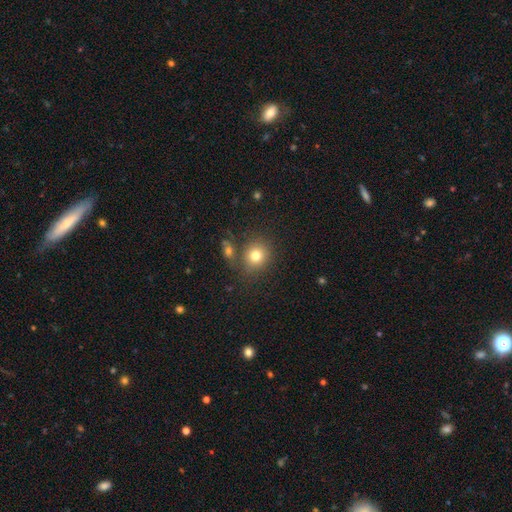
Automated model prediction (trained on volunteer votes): A smooth galaxy with no disk features (78%) that is round (78%).

Vote fractions:
- Smooth or featured? smooth: 78% / star or artifact: 12% / featured or disk: 9%
- How rounded? round: 78% / in between: 21% / cigar-shaped: 1%
- Merging? none: 73% / merger: 12% / minor disturbance: 10% / major disturbance: 4%